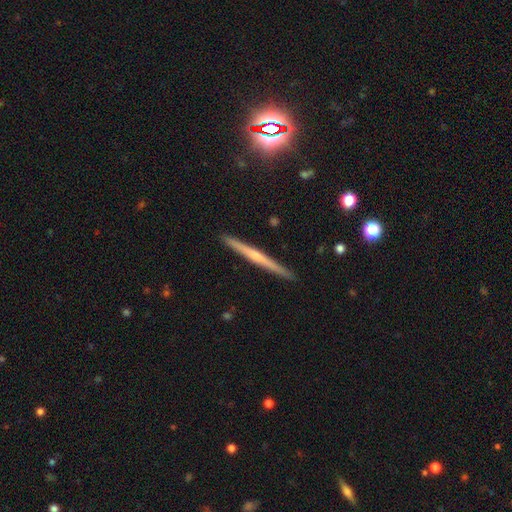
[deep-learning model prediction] This appears to be a featured or disk galaxy (60%) viewed edge-on (98%) with no central bulge (53%). Merging: none (92%).